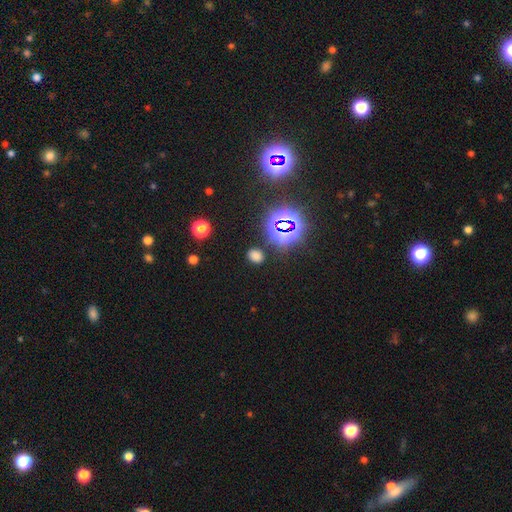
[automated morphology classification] This appears to be a smooth galaxy with no disk features (63%) that is in between round and cigar-shaped (60%). Merging: none (84%).